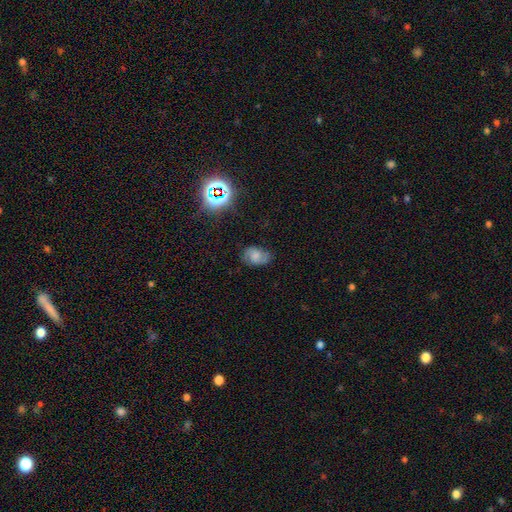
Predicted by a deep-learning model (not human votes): A smooth galaxy with no disk features (48%).

Vote fractions:
- Smooth or featured? smooth: 48% / featured or disk: 37% / star or artifact: 14%
- Merging? none: 68% / minor disturbance: 23% / major disturbance: 8% / merger: 2%